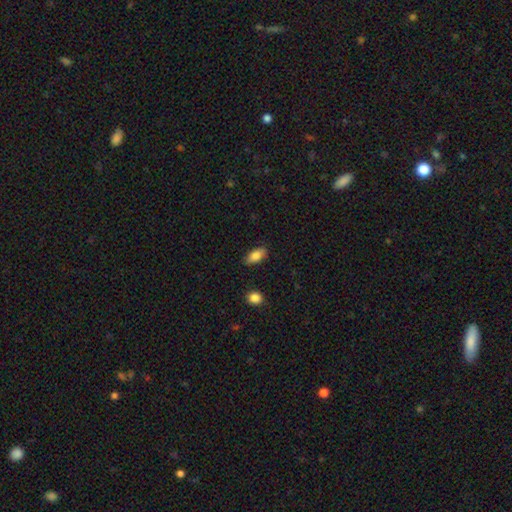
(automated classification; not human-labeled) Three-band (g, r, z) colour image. It shows a smooth galaxy with no disk features (81%) that is in between round and cigar-shaped (87%). Merging: none (85%).